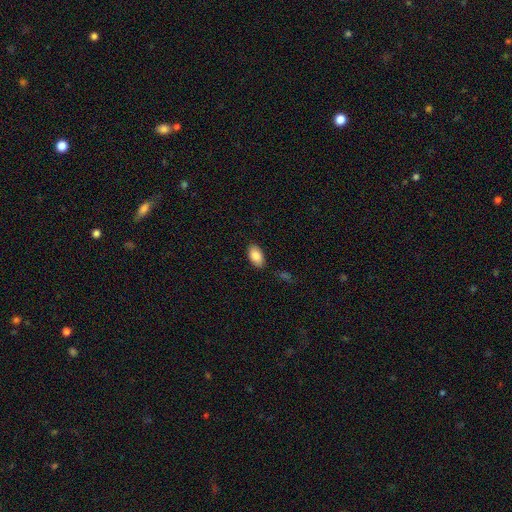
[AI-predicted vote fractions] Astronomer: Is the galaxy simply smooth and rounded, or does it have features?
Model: smooth — 87%.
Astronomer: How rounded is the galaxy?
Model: in between — 94%.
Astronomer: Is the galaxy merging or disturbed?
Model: none — 86%.